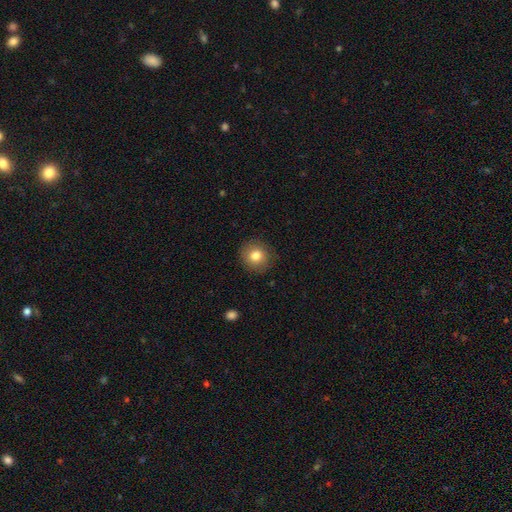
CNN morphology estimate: Smooth or featured? Predicted: smooth (p=0.79). How rounded? Predicted: round (p=0.90). Merging? Predicted: none (p=0.88).